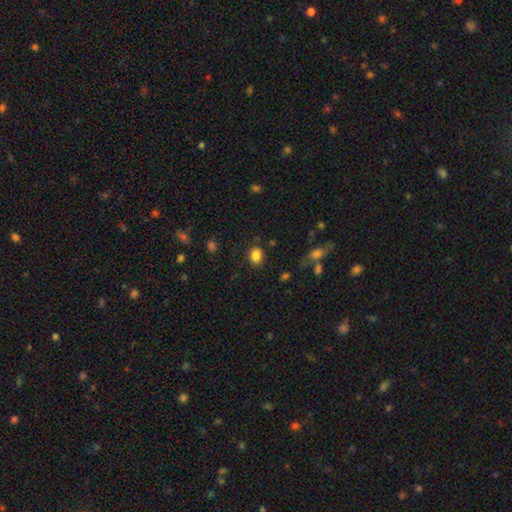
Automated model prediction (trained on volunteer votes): Smooth or featured? Predicted: smooth (p=0.85). How rounded? Predicted: in between (p=0.52). Merging? Predicted: none (p=0.83).